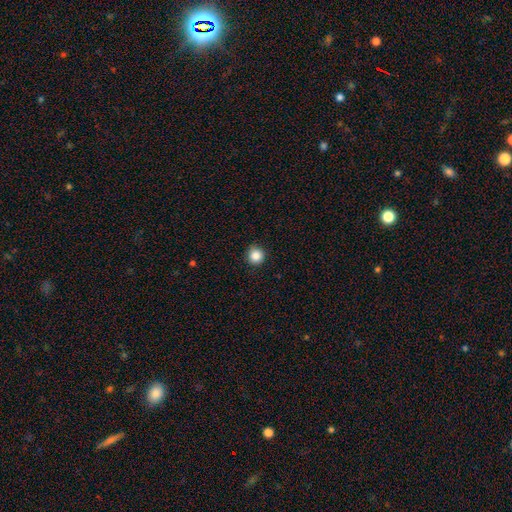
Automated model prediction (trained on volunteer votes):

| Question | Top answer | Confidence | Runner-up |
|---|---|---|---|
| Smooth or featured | smooth | 86% | star or artifact (10%) |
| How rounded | round | 95% | in between (4%) |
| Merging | none | 91% | minor disturbance (6%) |